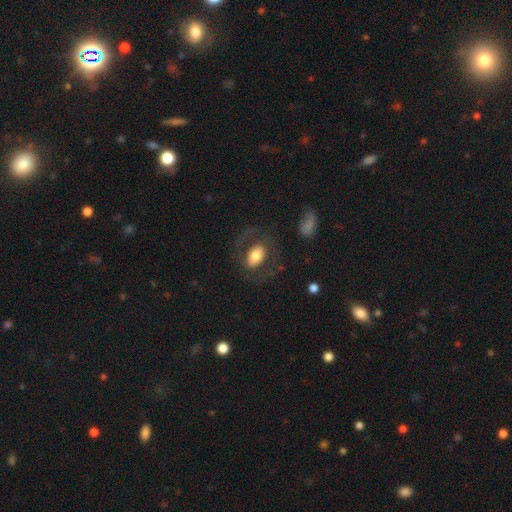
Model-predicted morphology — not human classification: Smooth or featured? smooth (58%)
How rounded? in between (82%)
Merging? none (66%)